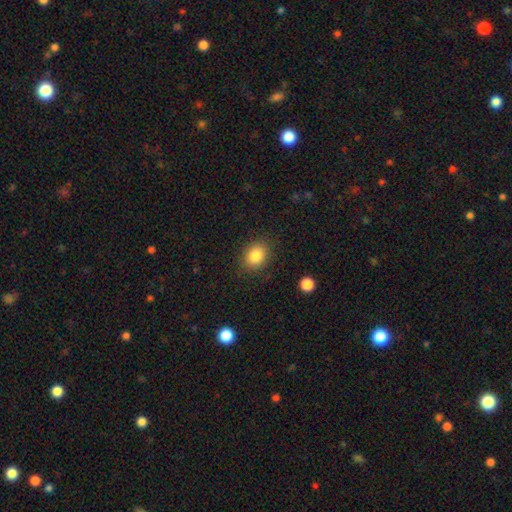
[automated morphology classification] type=smooth (84%); roundness=in between (52%); merging=none (85%).